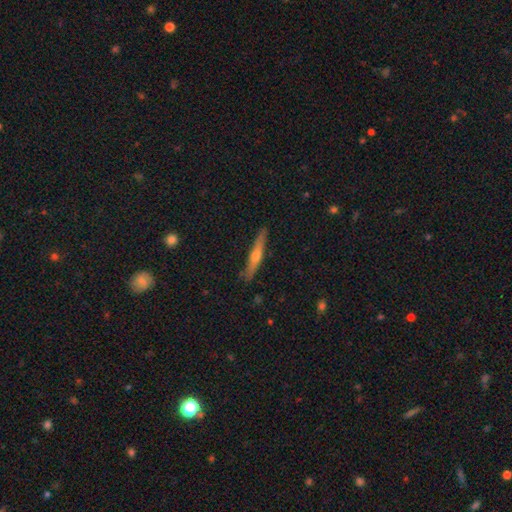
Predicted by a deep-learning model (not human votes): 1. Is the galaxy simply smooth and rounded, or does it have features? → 63% featured or disk, 31% smooth, 6% star or artifact.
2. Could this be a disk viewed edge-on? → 96% yes, 4% no.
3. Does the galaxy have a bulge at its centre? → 87% rounded, 9% none, 4% boxy.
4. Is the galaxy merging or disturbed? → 89% none, 8% minor disturbance, 2% major disturbance, 1% merger.